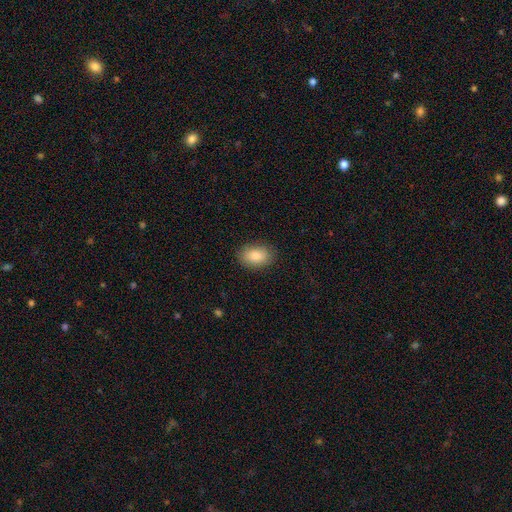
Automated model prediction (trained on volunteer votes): Morphology: type=smooth (86%); roundness=in between (85%); merging=none (87%).